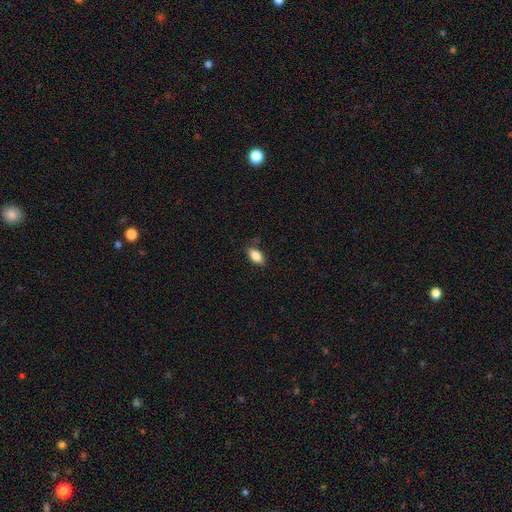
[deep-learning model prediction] A smooth galaxy with no disk features (84%) that is in between round and cigar-shaped (90%). Merging: none (81%).